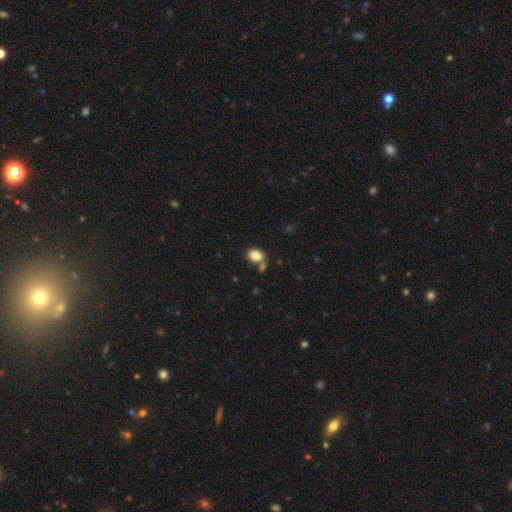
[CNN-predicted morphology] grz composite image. It shows a smooth galaxy with no disk features (84%) that is in between round and cigar-shaped (71%). Merging: none (61%).